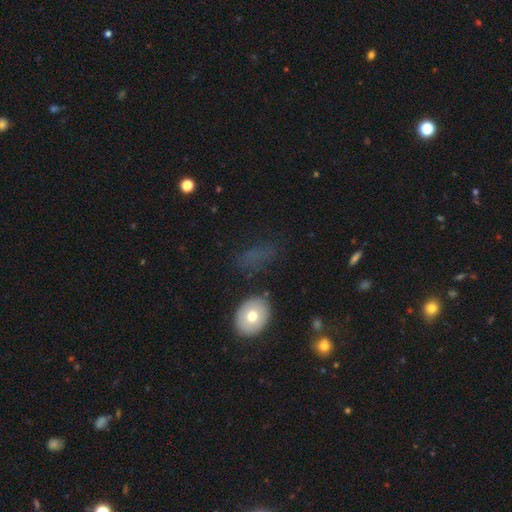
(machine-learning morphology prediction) A smooth galaxy with no disk features (54%) that is in between round and cigar-shaped (70%).

Vote fractions:
- Smooth or featured? smooth: 54% / star or artifact: 24% / featured or disk: 22%
- How rounded? in between: 70% / round: 21% / cigar-shaped: 9%
- Merging? none: 63% / minor disturbance: 20% / major disturbance: 14% / merger: 4%